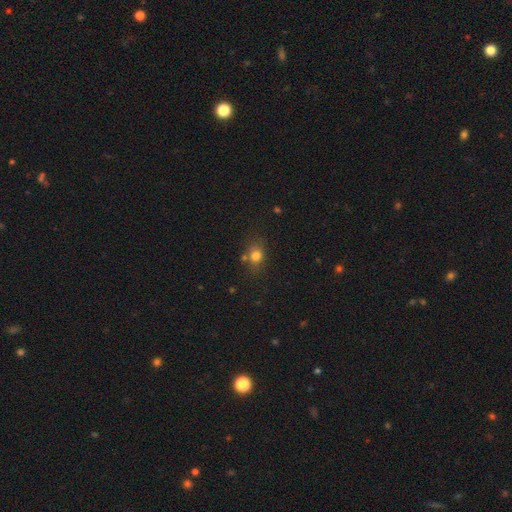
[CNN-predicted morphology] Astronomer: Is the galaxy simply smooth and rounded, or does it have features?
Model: smooth — 76%.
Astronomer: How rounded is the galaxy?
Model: round — 52% (runner-up: in between, 46%).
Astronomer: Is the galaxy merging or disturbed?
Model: none — 68%.